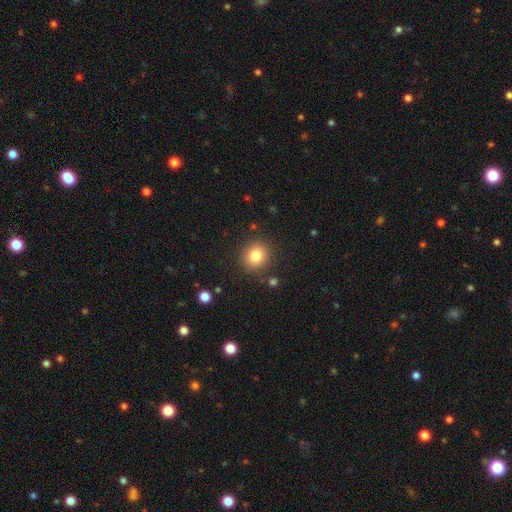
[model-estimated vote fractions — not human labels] smooth_or_featured: smooth (p=0.81) [alt: star or artifact p=0.11]
how_rounded: round (p=0.88) [alt: in between p=0.11]
merging: none (p=0.89) [alt: minor disturbance p=0.07]